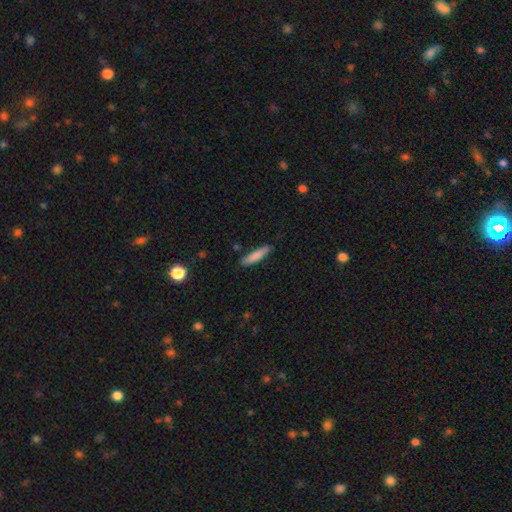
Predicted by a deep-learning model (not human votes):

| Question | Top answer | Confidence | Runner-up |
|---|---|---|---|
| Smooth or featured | smooth | 82% | featured or disk (12%) |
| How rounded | cigar-shaped | 83% | in between (16%) |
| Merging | none | 84% | minor disturbance (12%) |